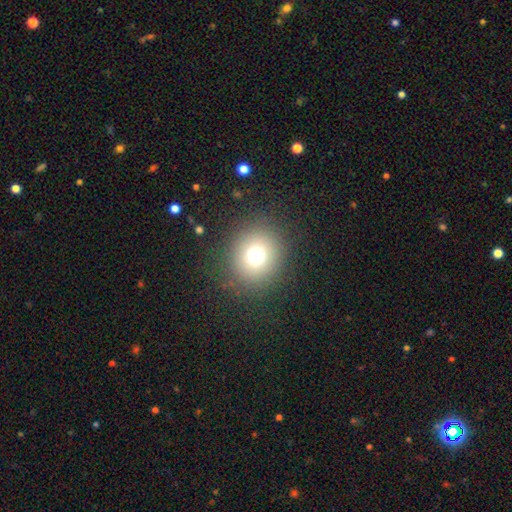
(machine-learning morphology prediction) The model was most divided on "smooth or featured": smooth: 69%, star or artifact: 20%, featured or disk: 10%. More confident: merging — none (87%); how rounded — round (86%).